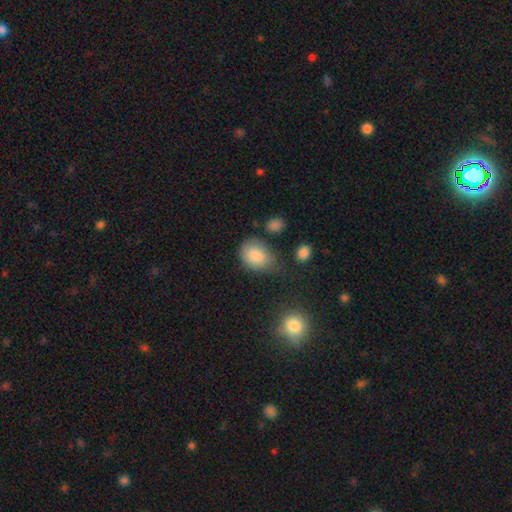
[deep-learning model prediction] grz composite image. It shows a smooth galaxy with no disk features (84%) that is in between round and cigar-shaped (68%). Merging: none (51%).